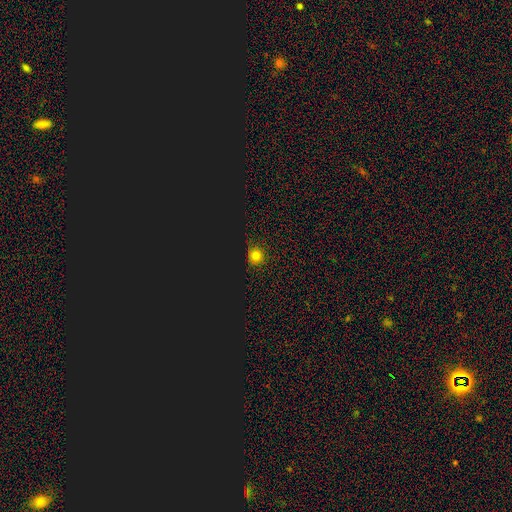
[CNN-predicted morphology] Smooth or featured: smooth — 64% (star or artifact — 30%)
How rounded: round — 91% (in between — 7%)
Merging: none — 85% (minor disturbance — 10%)